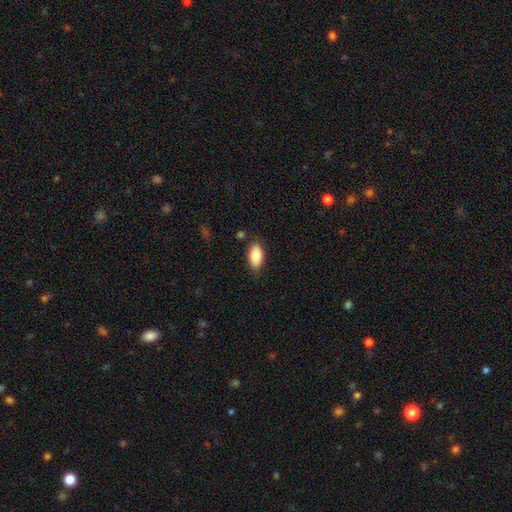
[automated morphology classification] smooth-or-featured: smooth: 85% | featured or disk: 8% | star or artifact: 7%
  how-rounded: in between: 93% | cigar-shaped: 4% | round: 3%
  merging: none: 81% | minor disturbance: 14% | major disturbance: 3% | merger: 2%